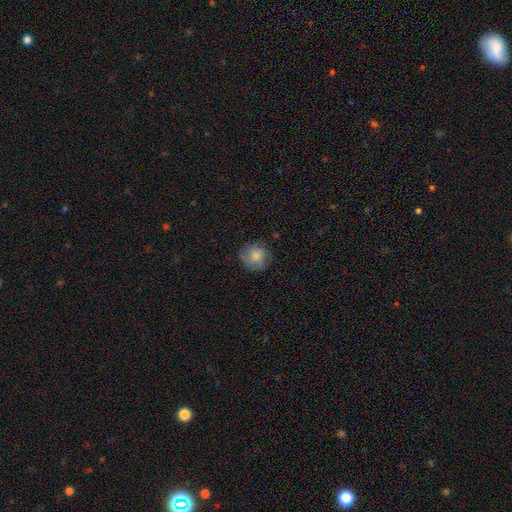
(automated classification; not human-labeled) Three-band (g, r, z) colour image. It shows a smooth galaxy with no disk features (77%) that is round (88%). Merging: none (74%).